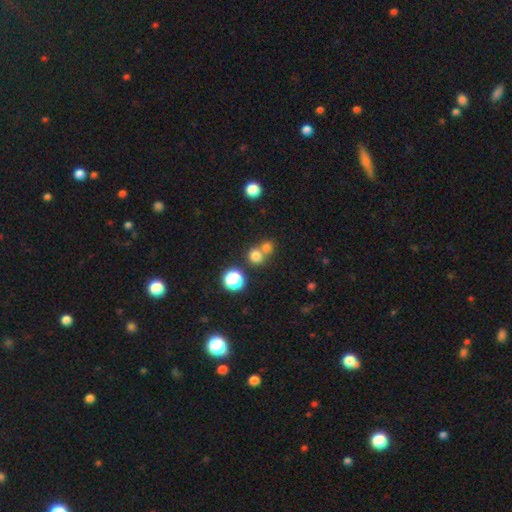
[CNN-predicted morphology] Smooth or featured: smooth — 74% (star or artifact — 18%)
How rounded: round — 87% (in between — 12%)
Merging: none — 51% (merger — 41%)